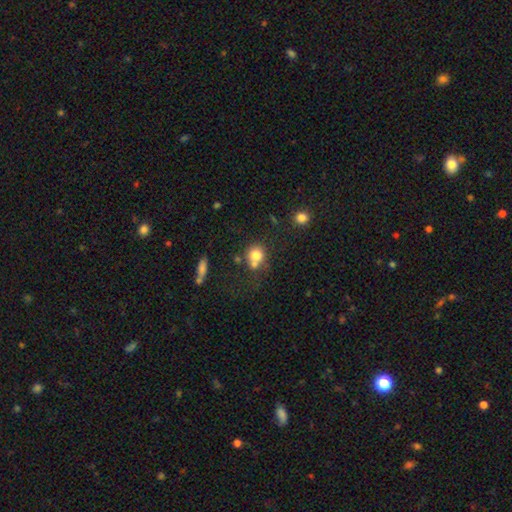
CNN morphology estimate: smooth 77%, featured or disk 12%, star or artifact 11%. Down the decision tree: how rounded — round (82%); merging — none (47%).